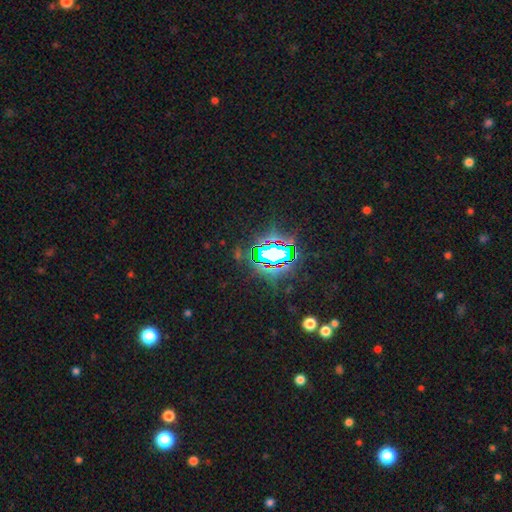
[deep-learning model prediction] This is clearly a star or artifact rather than a galaxy (83%).